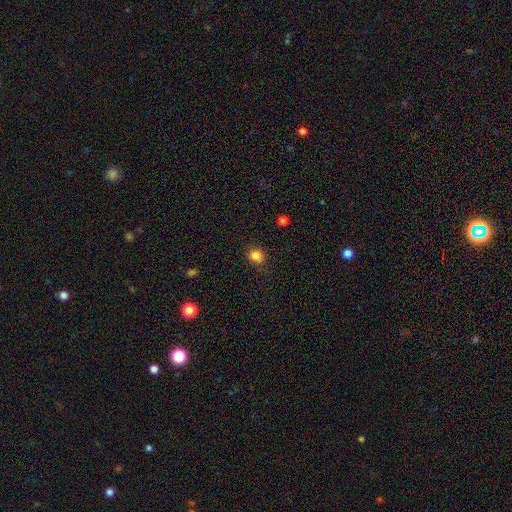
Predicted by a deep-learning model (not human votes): This is clearly a smooth galaxy (84%). How rounded: likely round (75%). Merging: likely none (79%).